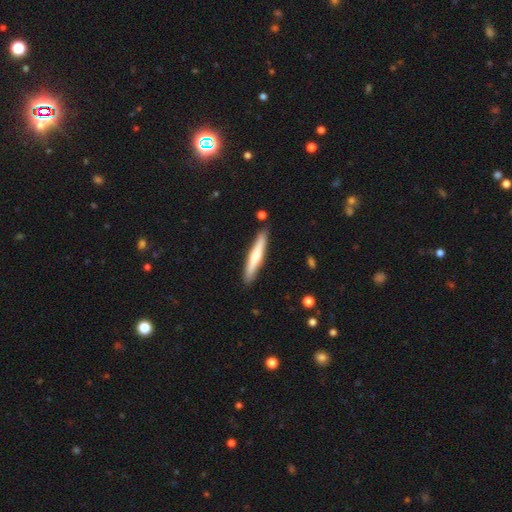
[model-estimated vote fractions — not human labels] Overall: smooth (55%; featured or disk 41%). How rounded: cigar-shaped (93%). Merging: none (88%).